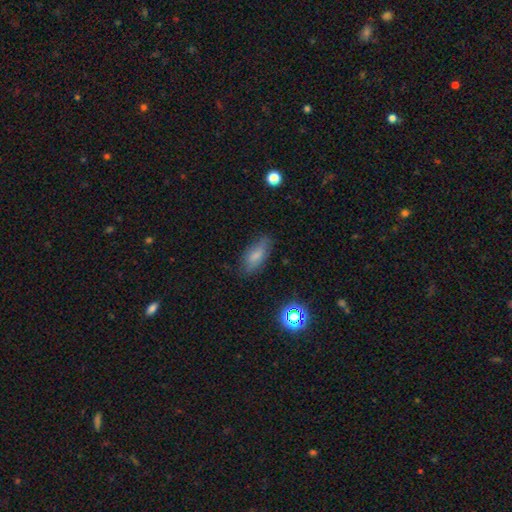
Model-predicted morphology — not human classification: smooth 76%, featured or disk 14%, star or artifact 10%. Down the decision tree: how rounded — in between (77%); merging — none (77%).